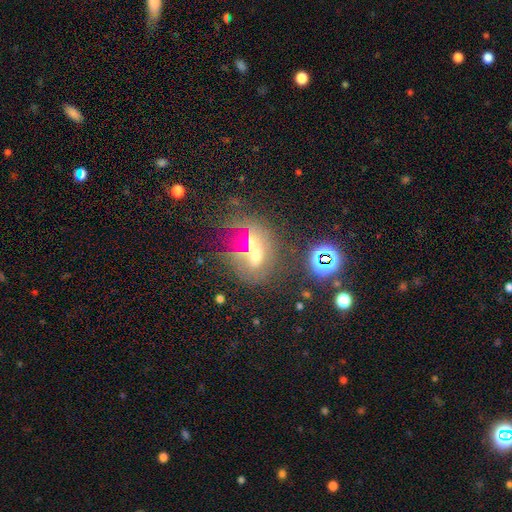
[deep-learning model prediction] Q: Smooth or featured?
A: smooth (40%); runner-up: star or artifact (39%)
Q: Merging?
A: none (51%); runner-up: merger (28%)